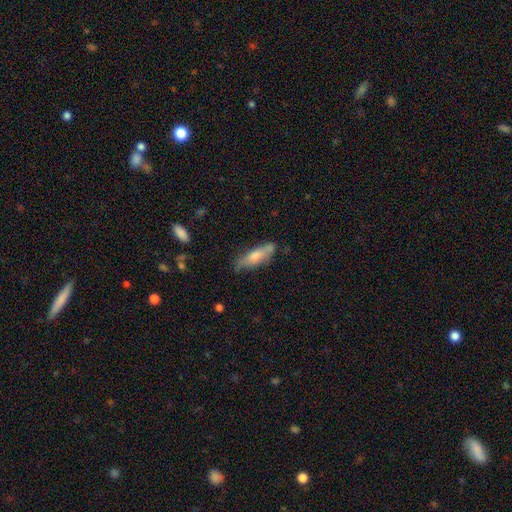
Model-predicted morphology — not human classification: The model was most divided on "smooth or featured": smooth: 58%, featured or disk: 35%, star or artifact: 7%. More confident: merging — none (68%); how rounded — cigar-shaped (61%).